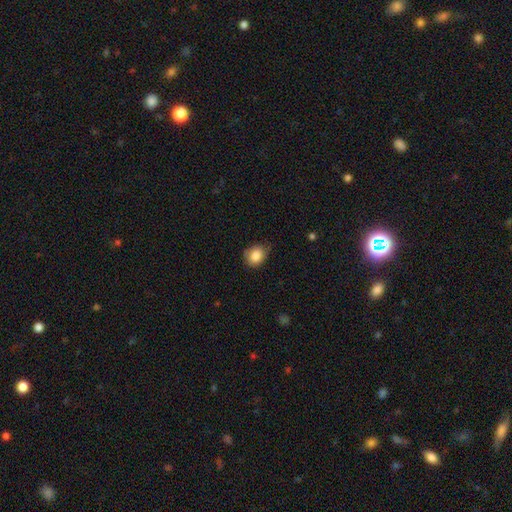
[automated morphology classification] Overall: smooth (85%). How rounded: round (51%; in between 48%). Merging: none (67%; minor disturbance 27%).